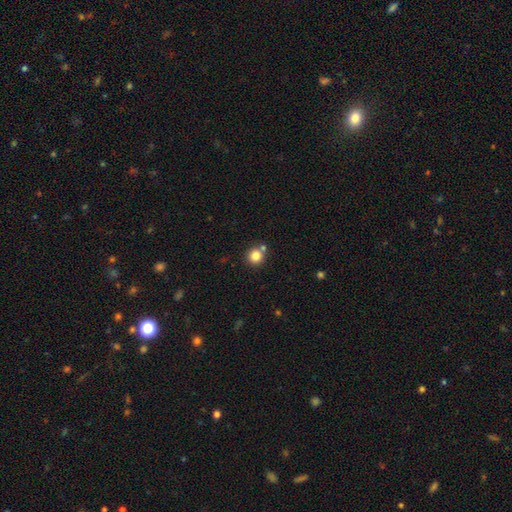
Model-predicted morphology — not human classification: smooth_or_featured: smooth (p=0.82) [alt: star or artifact p=0.12]
how_rounded: round (p=0.92) [alt: in between p=0.07]
merging: none (p=0.74) [alt: merger p=0.16]